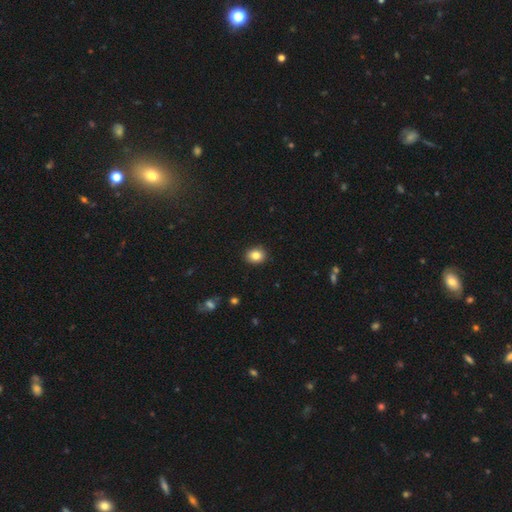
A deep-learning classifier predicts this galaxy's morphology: Smooth or featured? smooth (83%)
How rounded? round (61%)
Merging? none (91%)